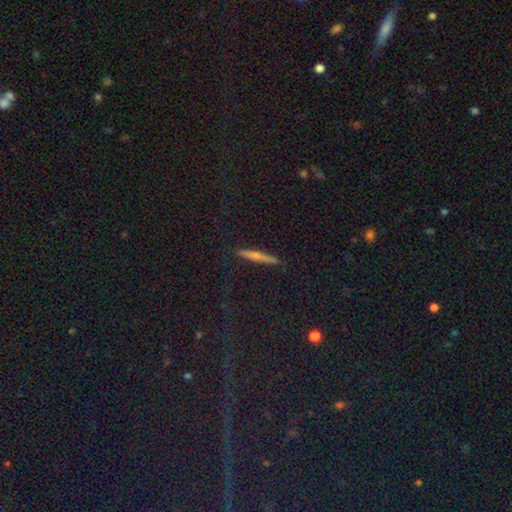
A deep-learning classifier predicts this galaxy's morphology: A featured or disk galaxy (55%) viewed edge-on (96%) with a rounded central bulge (77%).

Vote fractions:
- Smooth or featured? featured or disk: 55% / smooth: 33% / star or artifact: 12%
- Edge-on disk? yes: 96% / no: 4%
- Edge-on bulge? rounded: 77% / none: 18% / boxy: 5%
- Merging? none: 90% / minor disturbance: 7% / major disturbance: 2% / merger: 1%